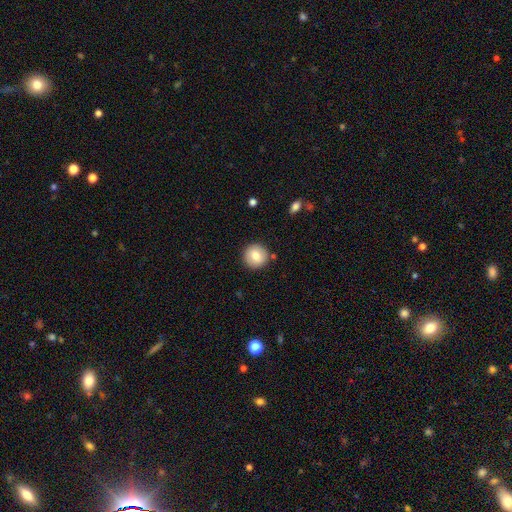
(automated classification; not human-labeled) smooth_or_featured: smooth (p=0.79) [alt: featured or disk p=0.13]
how_rounded: round (p=0.94) [alt: in between p=0.05]
merging: none (p=0.88) [alt: minor disturbance p=0.07]